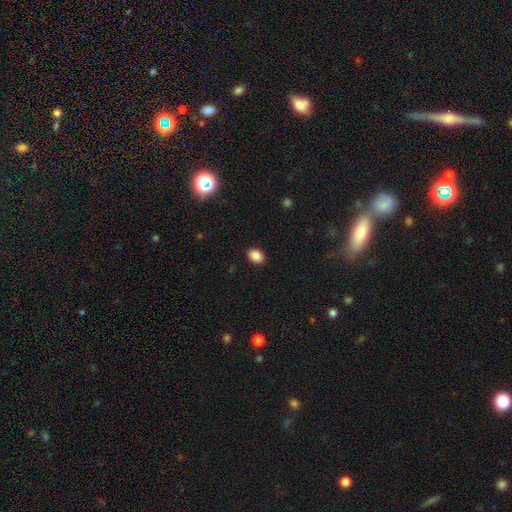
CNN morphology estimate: Smooth or featured?
  - smooth: 88% *
  - star or artifact: 9%
  - featured or disk: 3%
How rounded?
  - in between: 71% *
  - round: 28%
  - cigar-shaped: 1%
Merging?
  - none: 90% *
  - minor disturbance: 7%
  - major disturbance: 2%
  - merger: 1%